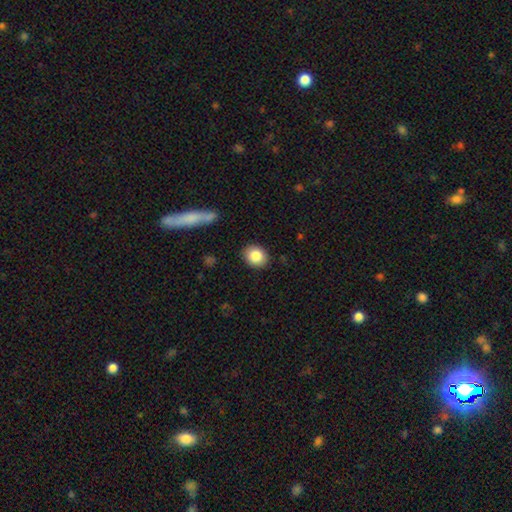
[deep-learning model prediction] smooth-or-featured: smooth: 85% | star or artifact: 8% | featured or disk: 7%
  how-rounded: round: 61% | in between: 38% | cigar-shaped: 1%
  merging: none: 89% | minor disturbance: 8% | major disturbance: 2% | merger: 1%